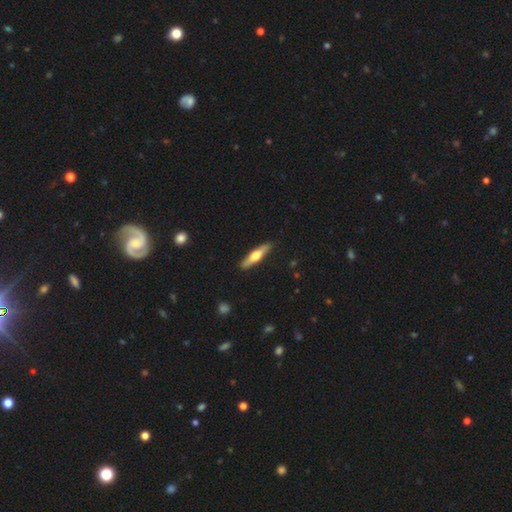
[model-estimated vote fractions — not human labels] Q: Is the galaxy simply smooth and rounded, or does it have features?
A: featured or disk — 49%.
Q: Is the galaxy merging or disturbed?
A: none — 89%.